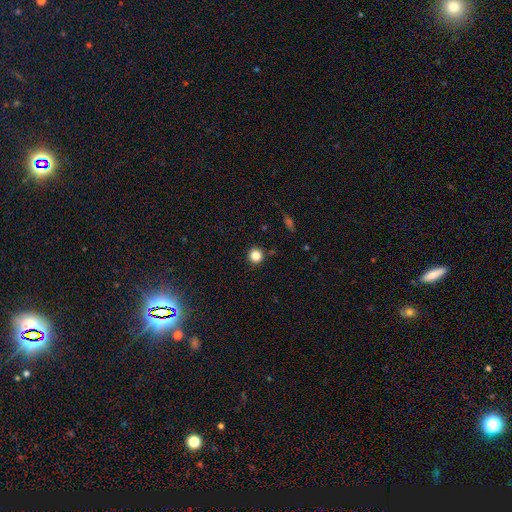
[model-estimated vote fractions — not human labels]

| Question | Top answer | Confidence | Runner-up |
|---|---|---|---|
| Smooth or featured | smooth | 84% | star or artifact (12%) |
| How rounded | round | 94% | in between (5%) |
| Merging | none | 90% | minor disturbance (6%) |